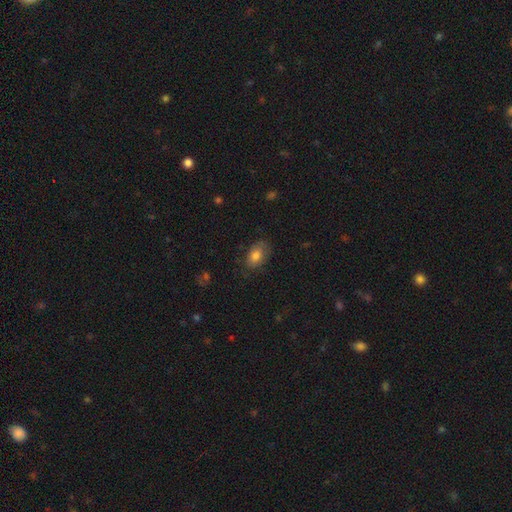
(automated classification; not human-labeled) Smooth or featured? Predicted: smooth (p=0.78). How rounded? Predicted: in between (p=0.88). Merging? Predicted: none (p=0.73).